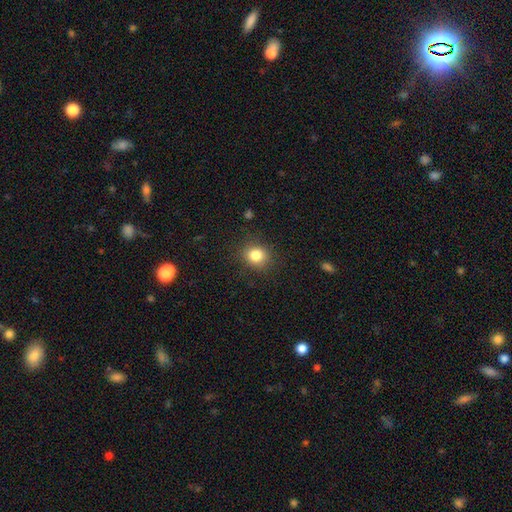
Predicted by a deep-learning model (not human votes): A smooth galaxy with no disk features (82%) that is round (75%). Merging: none (86%).